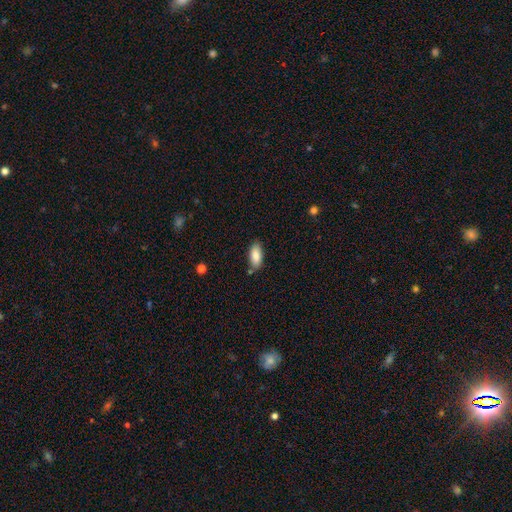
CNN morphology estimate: A smooth galaxy with no disk features (86%) that is in between round and cigar-shaped (89%).

Vote fractions:
- Smooth or featured? smooth: 86% / featured or disk: 8% / star or artifact: 6%
- How rounded? in between: 89% / cigar-shaped: 9% / round: 2%
- Merging? none: 80% / minor disturbance: 14% / merger: 4% / major disturbance: 3%